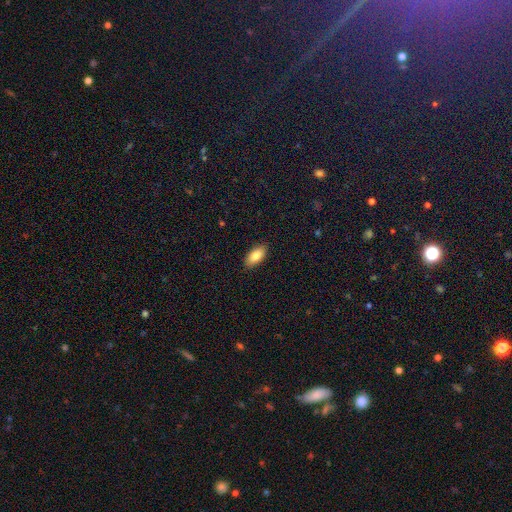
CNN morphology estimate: Smooth or featured?
  - smooth: 84% *
  - featured or disk: 9%
  - star or artifact: 7%
How rounded?
  - in between: 92% *
  - cigar-shaped: 6%
  - round: 2%
Merging?
  - none: 89% *
  - minor disturbance: 8%
  - major disturbance: 2%
  - merger: 1%